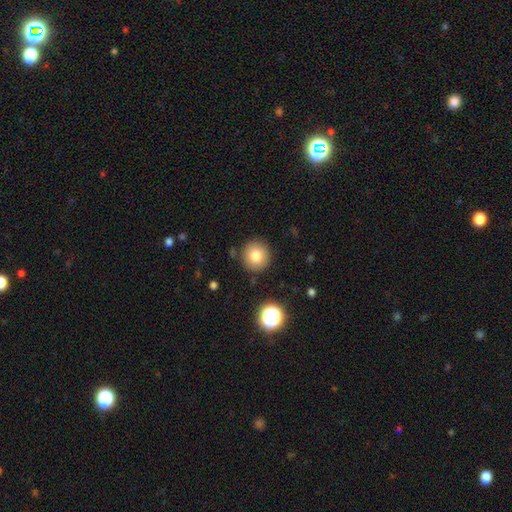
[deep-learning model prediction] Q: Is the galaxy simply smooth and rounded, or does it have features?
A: smooth — 80%.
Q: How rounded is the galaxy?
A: round — 94%.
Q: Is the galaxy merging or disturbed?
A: none — 88%.